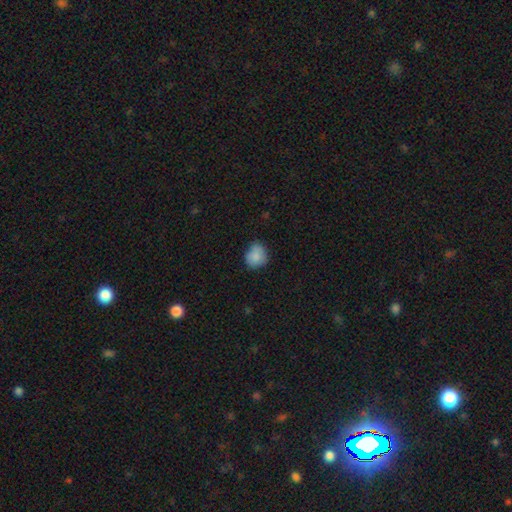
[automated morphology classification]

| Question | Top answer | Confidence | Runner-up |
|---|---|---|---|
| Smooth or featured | smooth | 83% | star or artifact (9%) |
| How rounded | round | 74% | in between (25%) |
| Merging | none | 63% | minor disturbance (29%) |